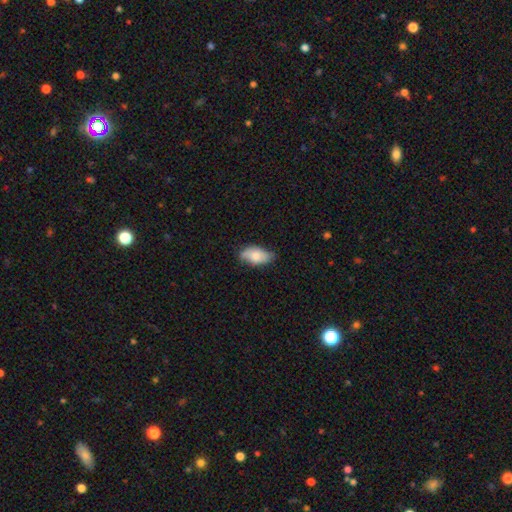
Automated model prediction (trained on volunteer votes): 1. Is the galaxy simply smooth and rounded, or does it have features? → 66% smooth, 27% featured or disk, 7% star or artifact.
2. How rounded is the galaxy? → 92% in between, 4% cigar-shaped, 4% round.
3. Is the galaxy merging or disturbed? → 64% none, 29% minor disturbance, 6% major disturbance, 1% merger.